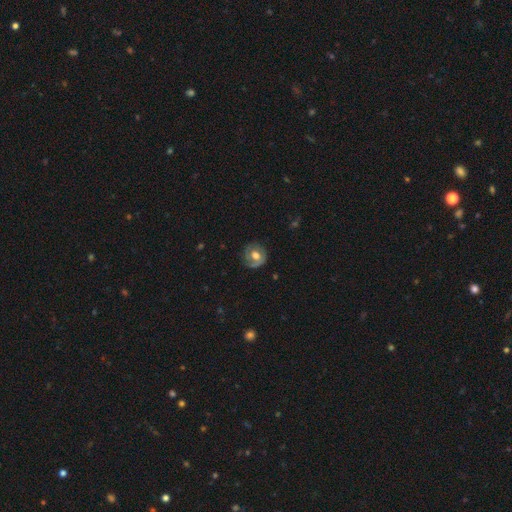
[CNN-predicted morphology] featured or disk 50%, smooth 43%, star or artifact 7%. Down the decision tree: merging — none (73%).